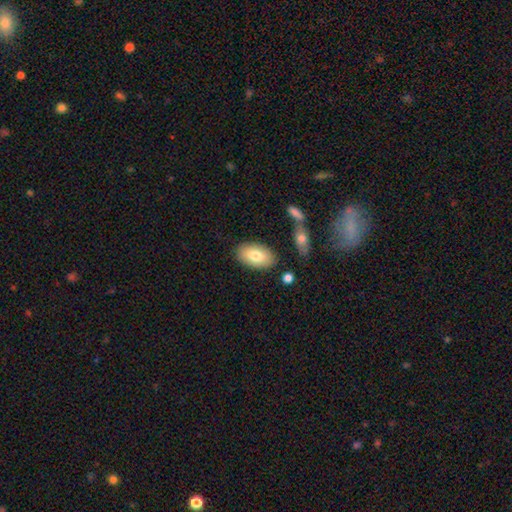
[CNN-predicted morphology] smooth_or_featured: smooth (p=0.77) [alt: featured or disk p=0.16]
how_rounded: in between (p=0.94) [alt: round p=0.05]
merging: none (p=0.83) [alt: minor disturbance p=0.11]